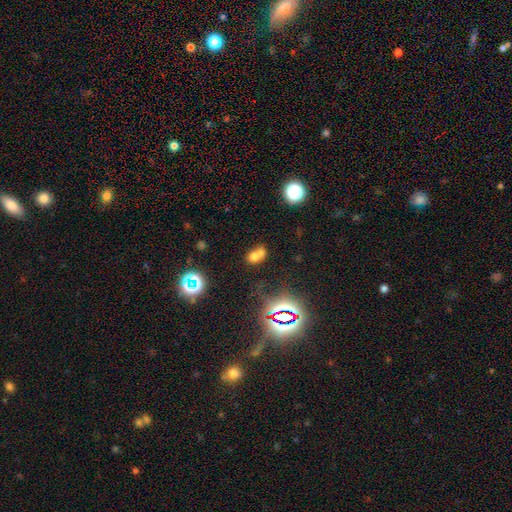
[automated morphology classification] Q: Smooth or featured?
A: smooth (62%); runner-up: star or artifact (21%)
Q: How rounded?
A: in between (59%); runner-up: round (39%)
Q: Merging?
A: merger (53%); runner-up: none (29%)